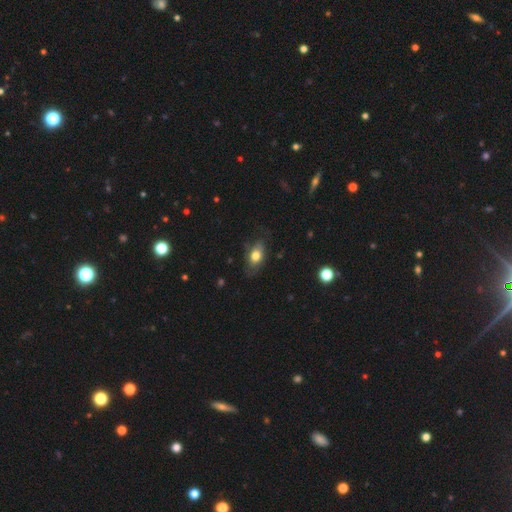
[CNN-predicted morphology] This is likely a smooth galaxy (69%). How rounded: clearly in between (86%). Merging: likely none (67%).